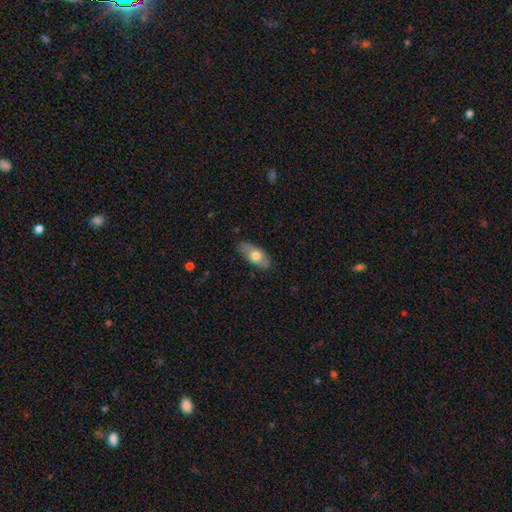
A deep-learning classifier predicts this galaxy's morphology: Smooth or featured: smooth — 65% (featured or disk — 29%)
How rounded: in between — 88% (cigar-shaped — 9%)
Merging: none — 78% (minor disturbance — 17%)